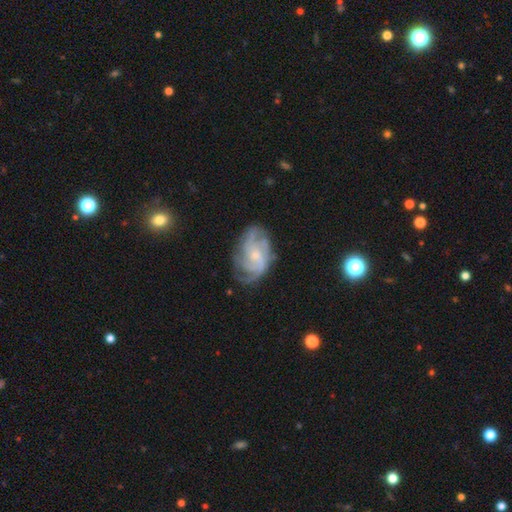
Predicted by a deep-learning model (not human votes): This appears to be a featured or disk galaxy (85%) with no bar (65%), 3 (30%) medium (46%) spiral arms (96%) and a small central bulge (67%). Merging: none (68%).